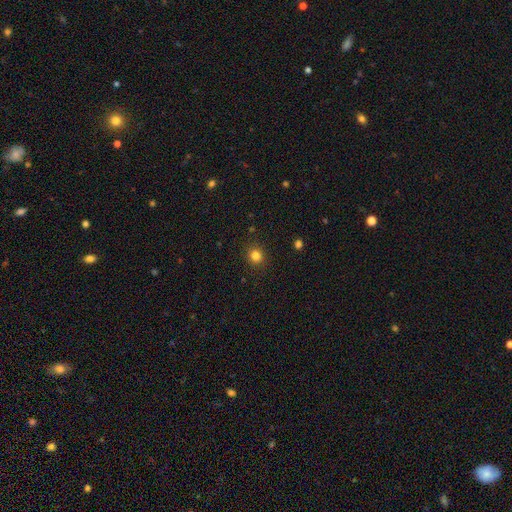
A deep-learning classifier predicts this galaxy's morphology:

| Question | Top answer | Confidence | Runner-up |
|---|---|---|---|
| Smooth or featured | smooth | 82% | star or artifact (13%) |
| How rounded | round | 87% | in between (12%) |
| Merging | none | 90% | minor disturbance (6%) |